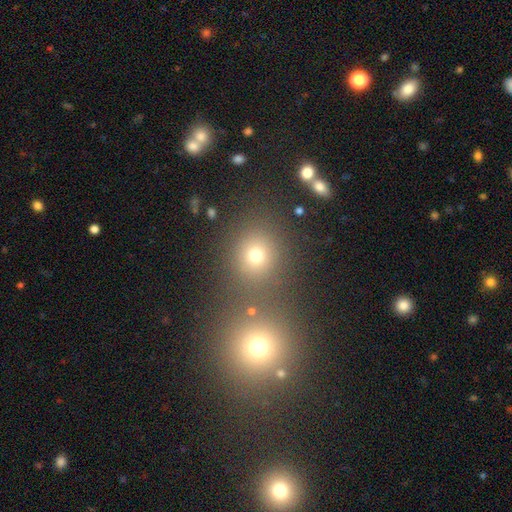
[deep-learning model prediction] The model was most divided on "smooth or featured": smooth: 69%, star or artifact: 21%, featured or disk: 9%. More confident: how rounded — round (77%); merging — none (68%).